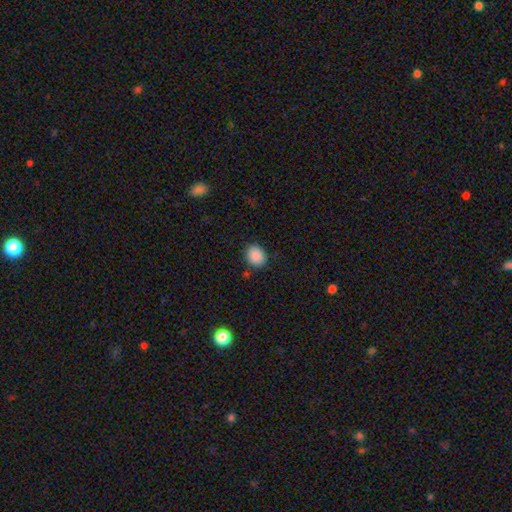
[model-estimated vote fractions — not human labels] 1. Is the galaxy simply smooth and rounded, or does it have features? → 89% smooth, 9% star or artifact, 3% featured or disk.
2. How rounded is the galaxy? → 61% round, 38% in between, 1% cigar-shaped.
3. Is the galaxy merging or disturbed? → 84% none, 11% minor disturbance, 3% major disturbance, 2% merger.